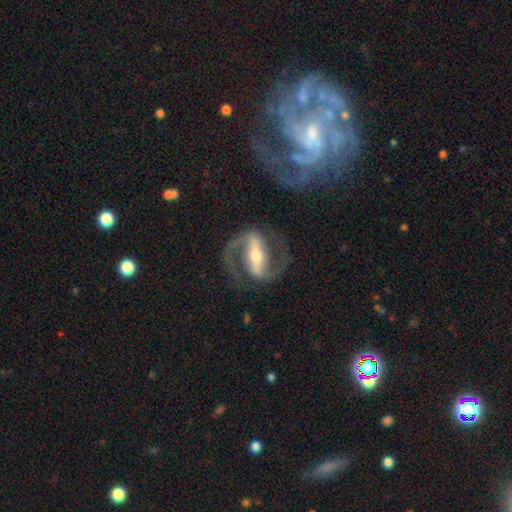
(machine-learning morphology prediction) type=featured or disk (91%); edge-on=no (95%); bar=strong (78%); spiral arms=yes (96%); winding=medium (58%); arm count=2 (93%); bulge=moderate (53%); merging=none (78%).